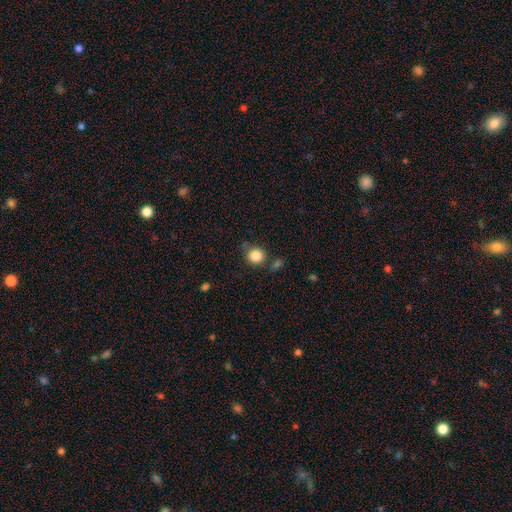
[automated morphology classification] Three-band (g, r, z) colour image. It shows a smooth galaxy with no disk features (85%) that is round (88%). Merging: none (75%).